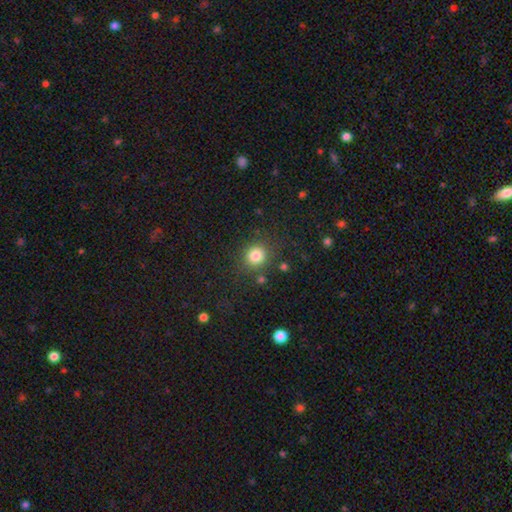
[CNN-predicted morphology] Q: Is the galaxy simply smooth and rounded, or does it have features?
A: smooth — 83%.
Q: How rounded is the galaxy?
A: round — 90%.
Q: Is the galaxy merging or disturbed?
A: none — 83%.